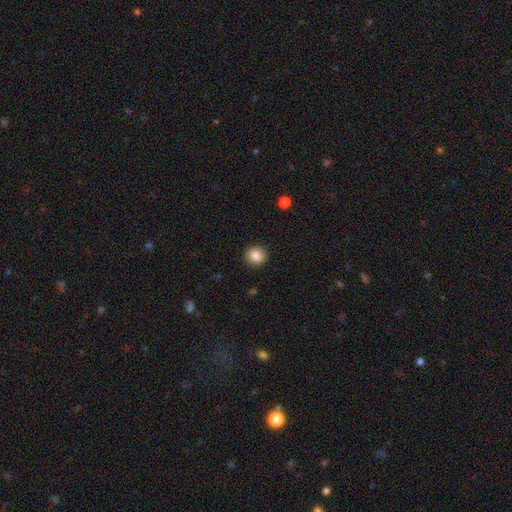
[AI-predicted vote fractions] Smooth or featured? smooth (85%)
How rounded? round (89%)
Merging? none (91%)